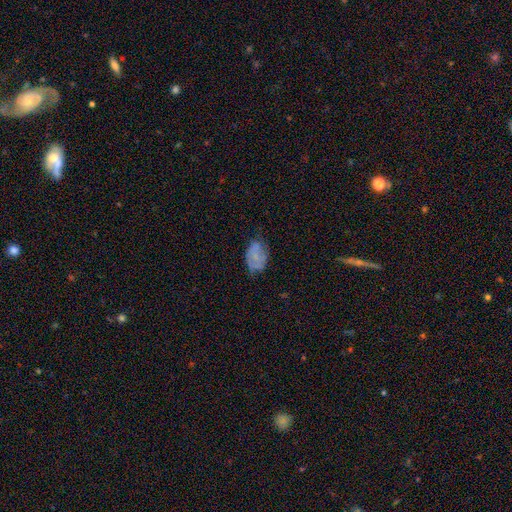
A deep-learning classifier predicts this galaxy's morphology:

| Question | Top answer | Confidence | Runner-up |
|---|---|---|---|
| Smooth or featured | smooth | 50% | featured or disk (40%) |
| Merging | none | 54% | minor disturbance (32%) |